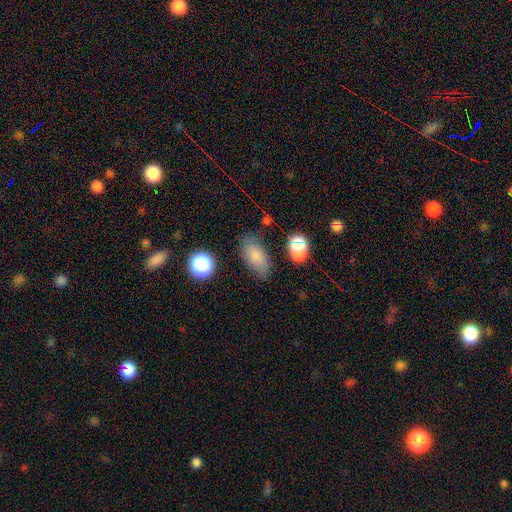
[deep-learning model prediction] Smooth or featured? smooth (78%)
How rounded? in between (89%)
Merging? none (69%)